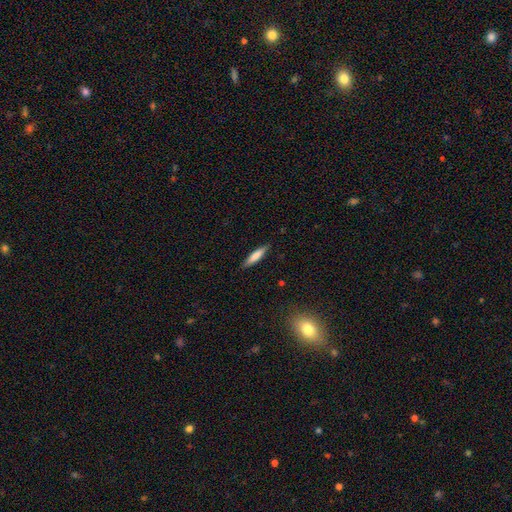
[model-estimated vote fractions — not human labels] A smooth galaxy with no disk features (75%) that is cigar-shaped (83%).

Vote fractions:
- Smooth or featured? smooth: 75% / featured or disk: 19% / star or artifact: 6%
- How rounded? cigar-shaped: 83% / in between: 16% / round: 1%
- Merging? none: 88% / minor disturbance: 9% / major disturbance: 2% / merger: 1%